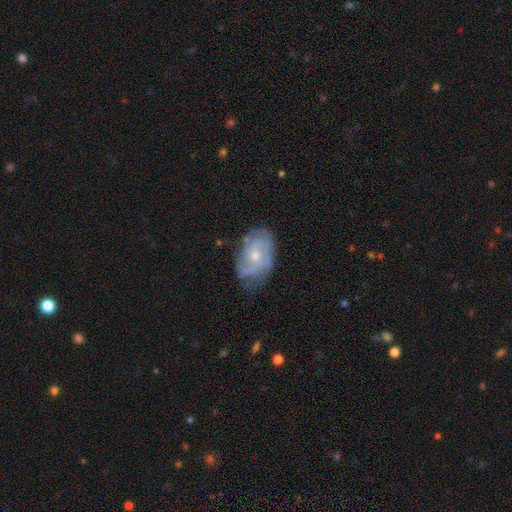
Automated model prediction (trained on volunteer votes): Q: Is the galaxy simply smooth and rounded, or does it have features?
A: featured or disk — 65%.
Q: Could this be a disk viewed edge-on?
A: no — 95%.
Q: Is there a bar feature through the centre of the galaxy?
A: no — 80%.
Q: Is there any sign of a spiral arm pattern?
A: yes — 71%.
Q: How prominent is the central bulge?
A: moderate — 49%.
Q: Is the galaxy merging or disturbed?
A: none — 56%.